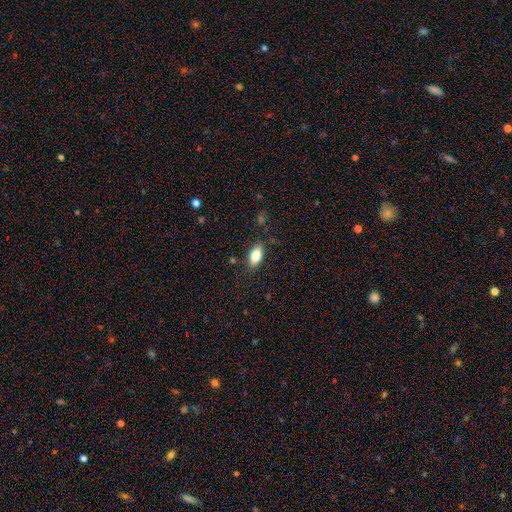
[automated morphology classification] A smooth galaxy with no disk features (78%) that is in between round and cigar-shaped (86%).

Vote fractions:
- Smooth or featured? smooth: 78% / featured or disk: 14% / star or artifact: 8%
- How rounded? in between: 86% / cigar-shaped: 10% / round: 4%
- Merging? none: 82% / minor disturbance: 13% / major disturbance: 3% / merger: 2%